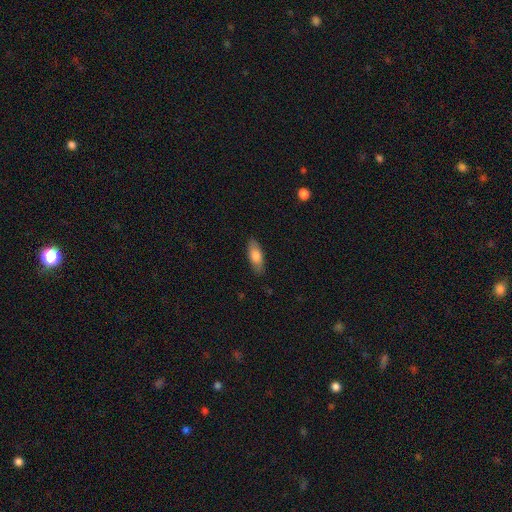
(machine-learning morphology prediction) smooth-or-featured: smooth: 77% | featured or disk: 17% | star or artifact: 6%
  how-rounded: in between: 73% | cigar-shaped: 24% | round: 2%
  merging: none: 85% | minor disturbance: 11% | major disturbance: 3% | merger: 1%